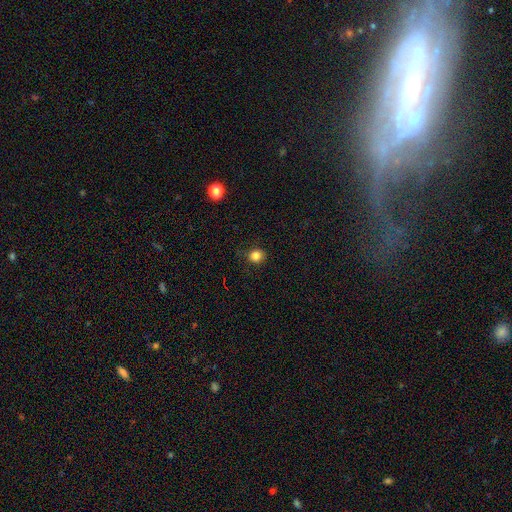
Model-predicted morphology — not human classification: Q: Smooth or featured?
A: smooth (83%); runner-up: star or artifact (12%)
Q: How rounded?
A: round (85%); runner-up: in between (14%)
Q: Merging?
A: none (84%); runner-up: minor disturbance (12%)